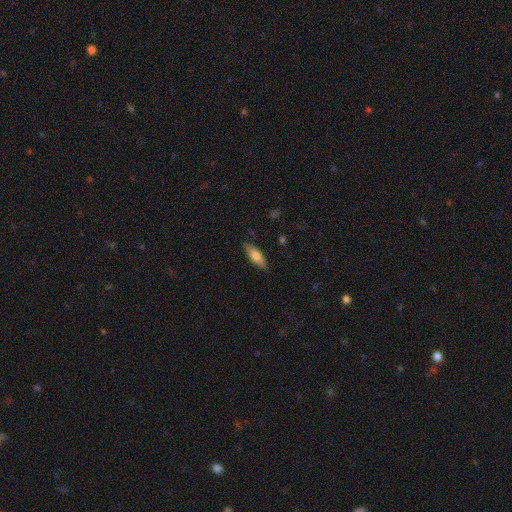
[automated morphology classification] A smooth galaxy with no disk features (70%) that is in between round and cigar-shaped (55%). Merging: none (83%).